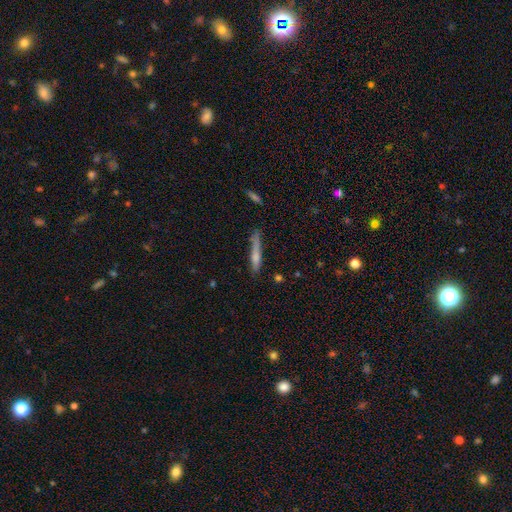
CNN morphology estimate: Smooth or featured: smooth — 67% (featured or disk — 27%)
How rounded: cigar-shaped — 91% (in between — 7%)
Merging: none — 63% (minor disturbance — 25%)